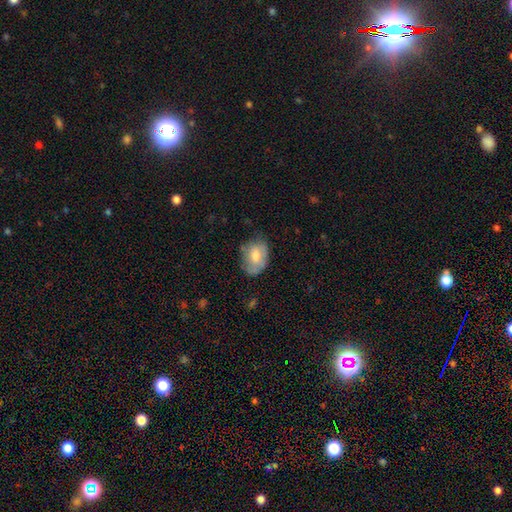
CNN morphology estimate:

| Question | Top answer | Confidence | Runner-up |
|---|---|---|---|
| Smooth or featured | smooth | 63% | featured or disk (29%) |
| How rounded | in between | 77% | round (21%) |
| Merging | none | 56% | minor disturbance (31%) |